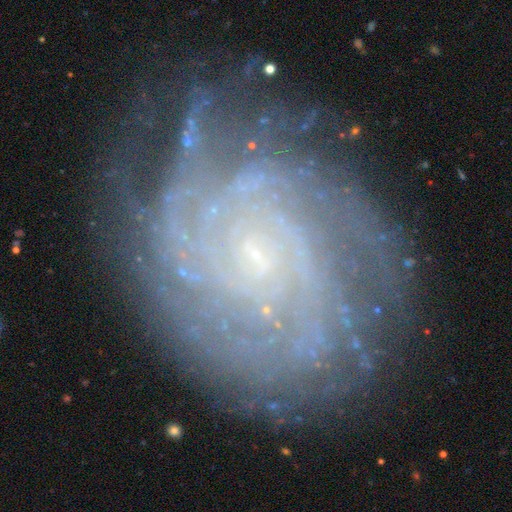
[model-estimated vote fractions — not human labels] featured or disk 87%, smooth 7%, star or artifact 7%. Down the decision tree: edge-on disk — no (97%); bar — no (69%); spiral arms — yes (97%); spiral arm count — can't tell (28%); spiral winding — tight (78%); bulge size — small (83%); merging — none (75%).